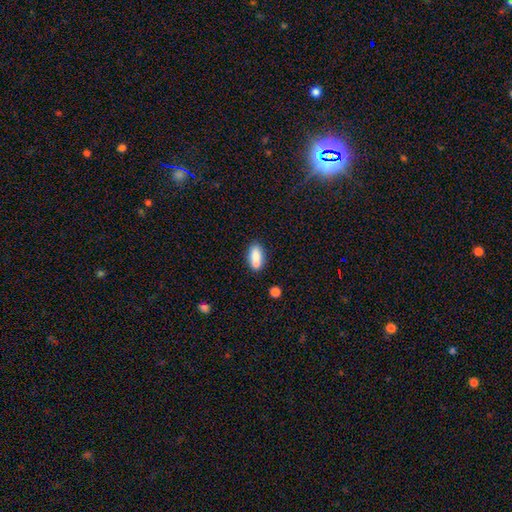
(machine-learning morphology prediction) Smooth or featured?
  - smooth: 81% *
  - featured or disk: 12%
  - star or artifact: 7%
How rounded?
  - in between: 85% *
  - cigar-shaped: 11%
  - round: 4%
Merging?
  - none: 61% *
  - merger: 21%
  - minor disturbance: 15%
  - major disturbance: 4%